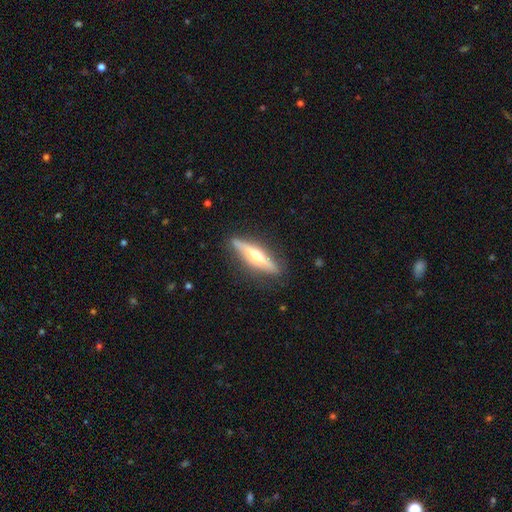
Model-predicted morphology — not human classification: Smooth or featured? Predicted: featured or disk (p=0.64). Edge-on disk? Predicted: yes (p=0.94). Edge-on bulge? Predicted: rounded (p=0.88). Merging? Predicted: none (p=0.85).